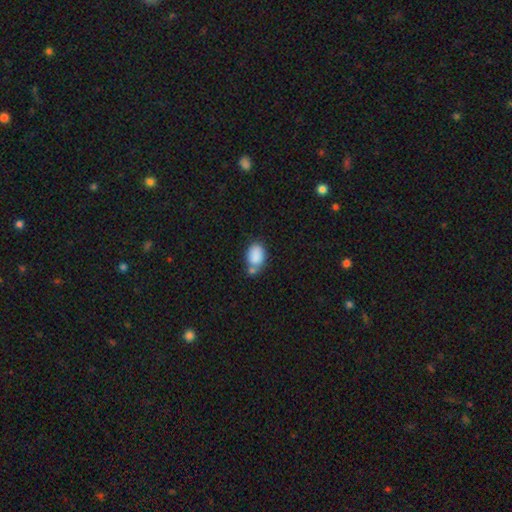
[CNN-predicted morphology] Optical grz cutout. It shows a smooth galaxy with no disk features (86%) that is in between round and cigar-shaped (78%). Merging: none (47%).